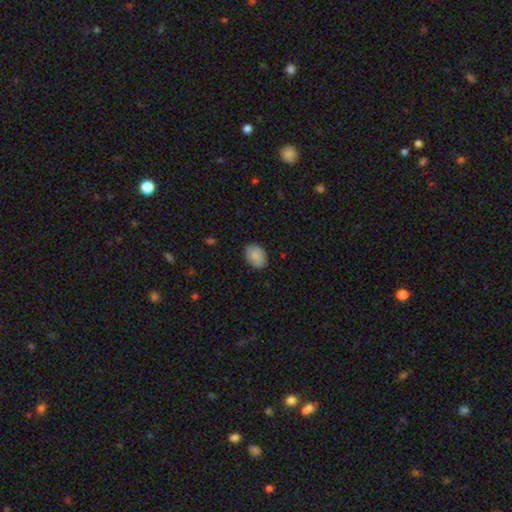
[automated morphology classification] This is clearly a smooth galaxy (87%). How rounded: likely in between (79%). Merging: clearly none (86%).